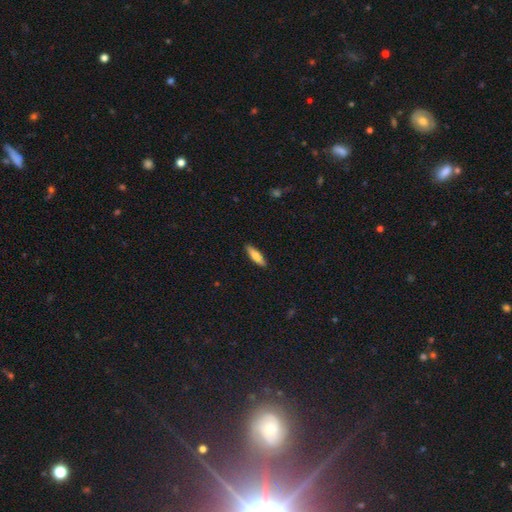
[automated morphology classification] This appears to be a smooth galaxy with no disk features (69%) that is cigar-shaped (61%). Merging: none (91%).